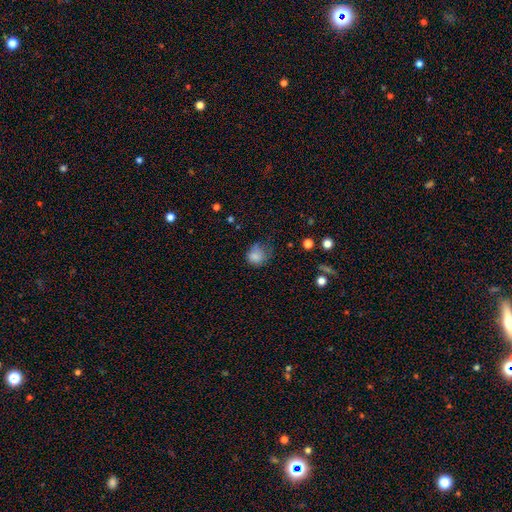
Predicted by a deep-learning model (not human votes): Overall: smooth (82%). How rounded: round (73%). Merging: none (44%; minor disturbance 34%).